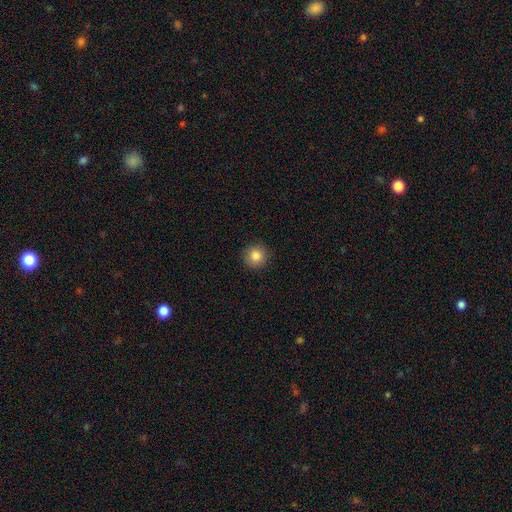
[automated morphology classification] Overall: smooth (86%). How rounded: round (94%). Merging: none (91%).